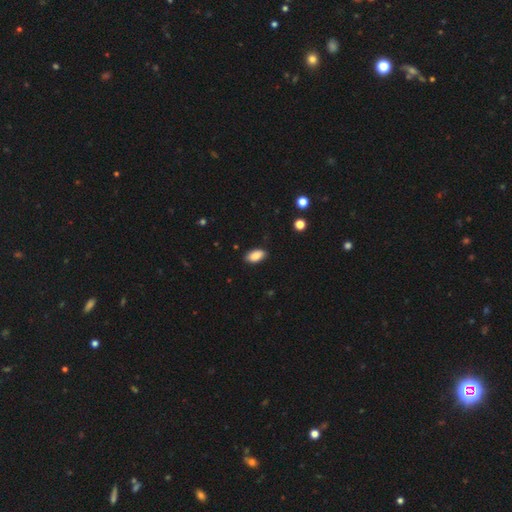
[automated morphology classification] The model was most divided on "merging": none: 87%, minor disturbance: 10%, major disturbance: 2%, merger: 1%. More confident: how rounded — in between (93%); smooth or featured — smooth (87%).